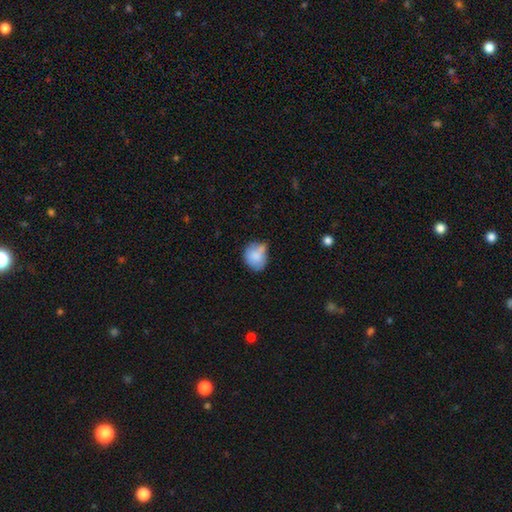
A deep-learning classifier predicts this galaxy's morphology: This appears to be a smooth galaxy with no disk features (78%) that is round (61%). Merging: none (47%).